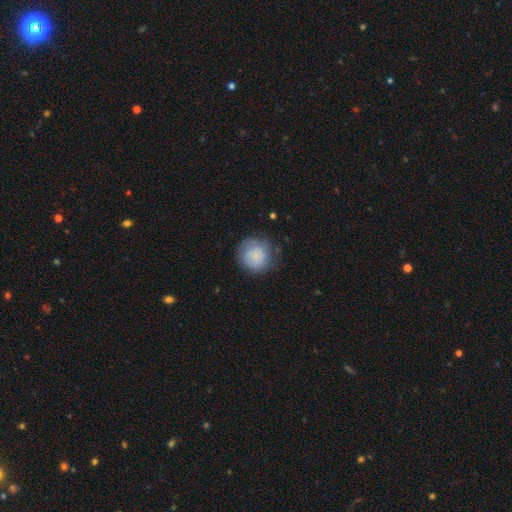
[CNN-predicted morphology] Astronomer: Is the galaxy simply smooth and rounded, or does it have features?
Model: smooth — 74%.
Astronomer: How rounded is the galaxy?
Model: round — 89%.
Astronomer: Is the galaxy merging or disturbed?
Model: none — 65%.